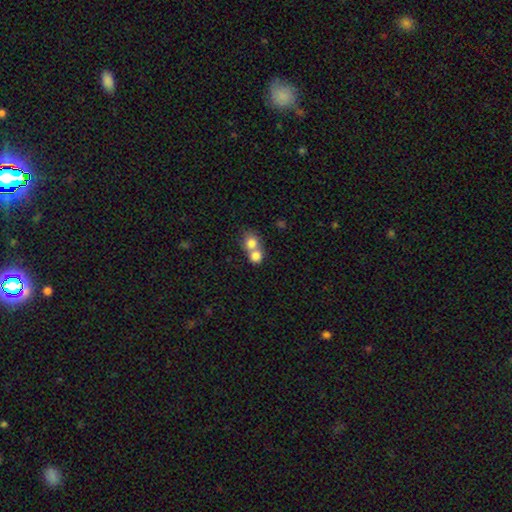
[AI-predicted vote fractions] This appears to be a smooth galaxy with no disk features (79%) that is round (75%). Merging: merger (67%).